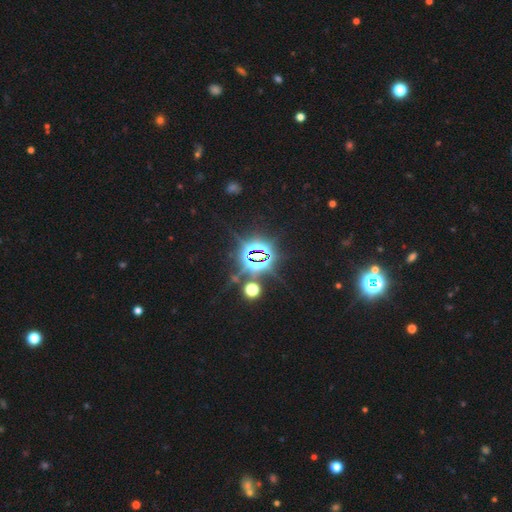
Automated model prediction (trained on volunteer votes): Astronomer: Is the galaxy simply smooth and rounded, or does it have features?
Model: star or artifact — 83%.